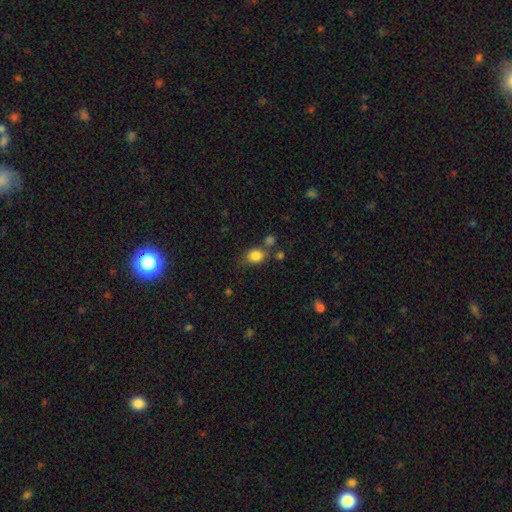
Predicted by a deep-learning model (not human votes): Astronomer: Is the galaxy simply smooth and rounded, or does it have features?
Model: smooth — 84%.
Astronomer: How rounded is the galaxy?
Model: in between — 52% (runner-up: round, 47%).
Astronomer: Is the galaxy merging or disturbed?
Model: none — 65%.